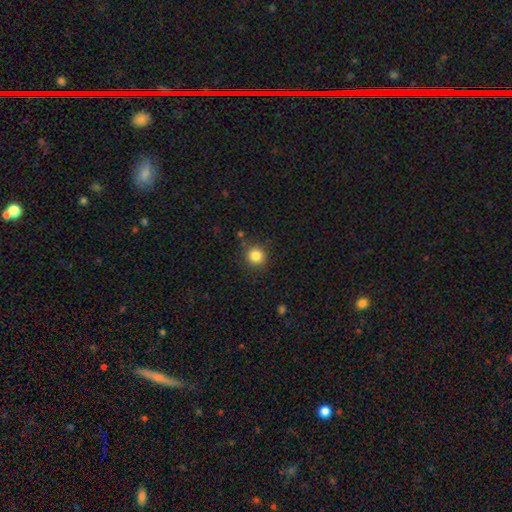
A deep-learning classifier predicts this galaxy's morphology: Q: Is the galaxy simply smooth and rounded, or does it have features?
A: smooth — 84%.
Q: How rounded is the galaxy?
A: round — 93%.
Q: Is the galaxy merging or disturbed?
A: none — 87%.